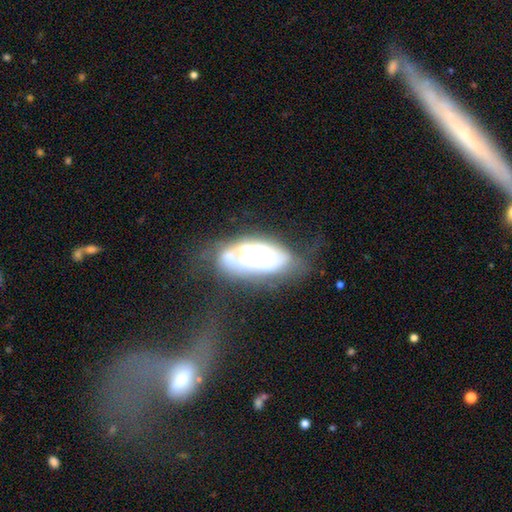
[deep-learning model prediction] smooth_or_featured: featured or disk (p=0.77) [alt: smooth p=0.15]
disk_edge_on: no (p=0.92) [alt: yes p=0.08]
bar: no (p=0.72) [alt: weak p=0.18]
has_spiral_arms: yes (p=0.76) [alt: no p=0.24]
spiral_winding: tight (p=0.63) [alt: medium p=0.27]
spiral_arm_count: can't tell (p=0.44) [alt: 2 p=0.28]
bulge_size: moderate (p=0.39) [alt: large p=0.38]
merging: none (p=0.43) [alt: minor disturbance p=0.26]